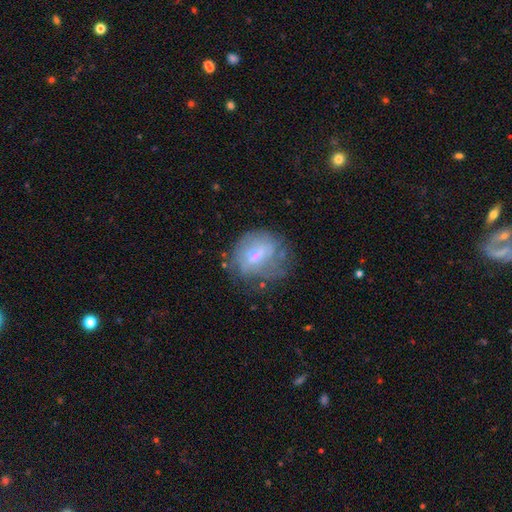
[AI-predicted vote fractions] A featured or disk galaxy (50%). Merging: none (54%).